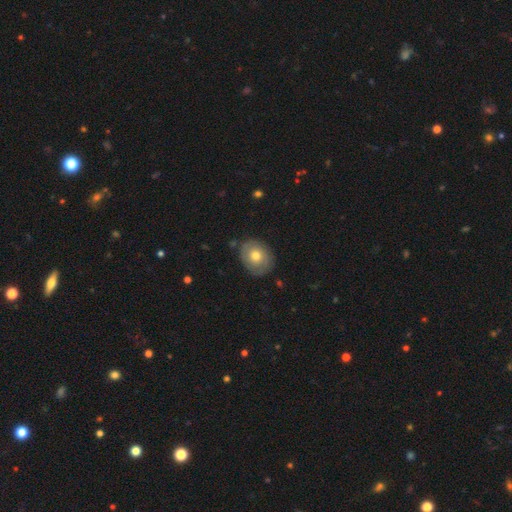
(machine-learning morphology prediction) This is likely a smooth galaxy (63%). How rounded: possibly round (60%). Merging: clearly none (80%).